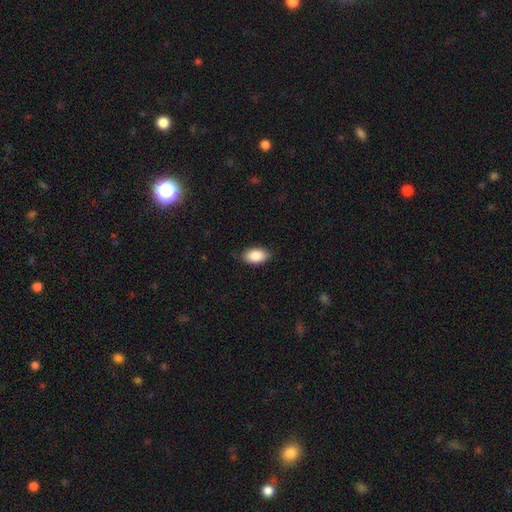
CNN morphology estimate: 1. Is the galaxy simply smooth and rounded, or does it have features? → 88% smooth, 7% star or artifact, 5% featured or disk.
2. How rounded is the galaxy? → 94% in between, 5% round, 2% cigar-shaped.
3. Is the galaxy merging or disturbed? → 83% none, 13% minor disturbance, 2% major disturbance, 1% merger.